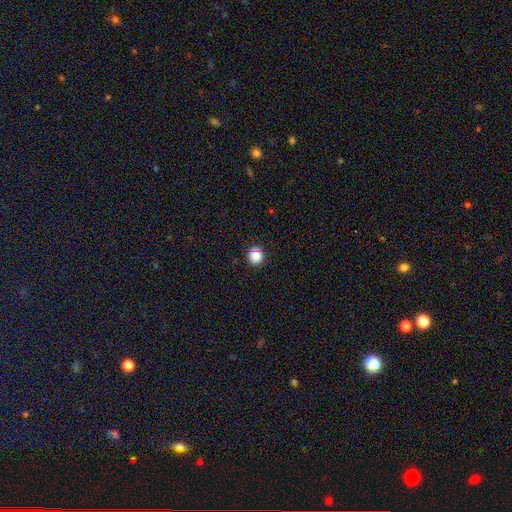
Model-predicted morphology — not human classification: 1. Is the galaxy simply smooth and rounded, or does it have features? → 86% smooth, 10% star or artifact, 3% featured or disk.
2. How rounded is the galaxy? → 91% round, 9% in between, 1% cigar-shaped.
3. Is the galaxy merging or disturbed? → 89% none, 8% minor disturbance, 2% major disturbance, 1% merger.